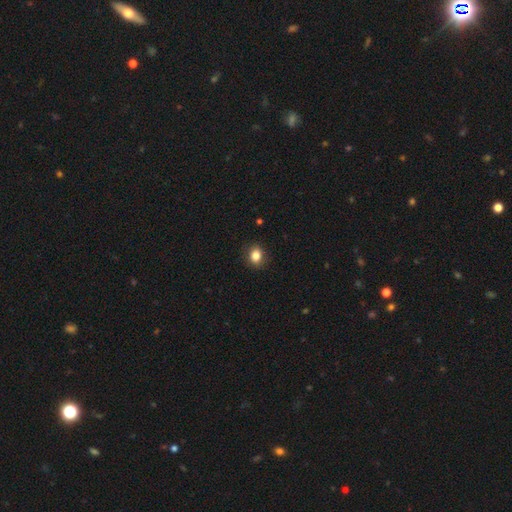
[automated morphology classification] The model was most divided on "how rounded": round: 51%, in between: 48%, cigar-shaped: 1%. More confident: merging — none (86%); smooth or featured — smooth (84%).